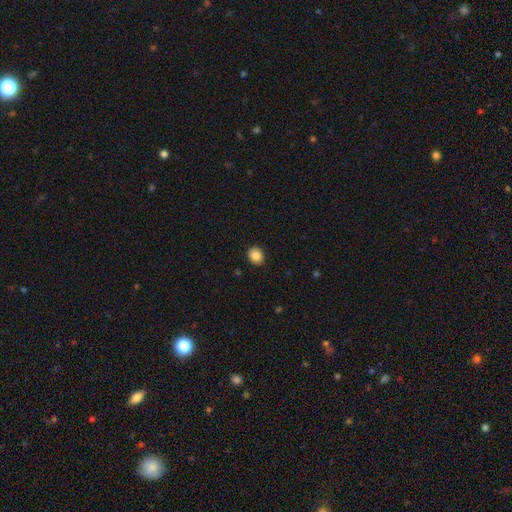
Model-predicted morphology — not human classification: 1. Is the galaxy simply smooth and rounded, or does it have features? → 86% smooth, 9% star or artifact, 5% featured or disk.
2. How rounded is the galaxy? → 62% round, 37% in between, 1% cigar-shaped.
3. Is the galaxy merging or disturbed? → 90% none, 7% minor disturbance, 2% major disturbance, 1% merger.